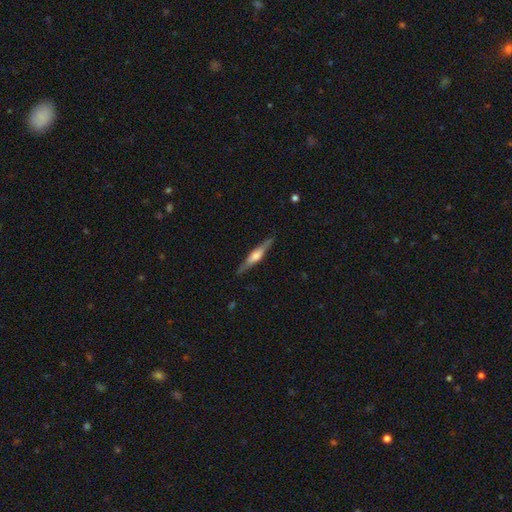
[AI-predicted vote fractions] This appears to be a featured or disk galaxy (66%) viewed edge-on (96%) with a rounded central bulge (74%). Merging: none (87%).